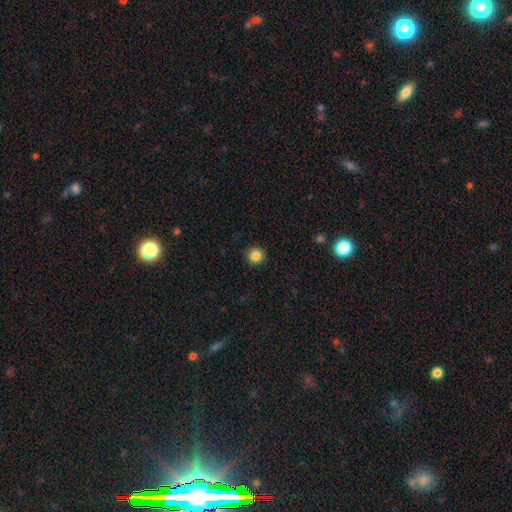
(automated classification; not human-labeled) Smooth or featured?
  - smooth: 86% *
  - star or artifact: 10%
  - featured or disk: 4%
How rounded?
  - round: 95% *
  - in between: 4%
  - cigar-shaped: 1%
Merging?
  - none: 92% *
  - minor disturbance: 5%
  - major disturbance: 2%
  - merger: 1%